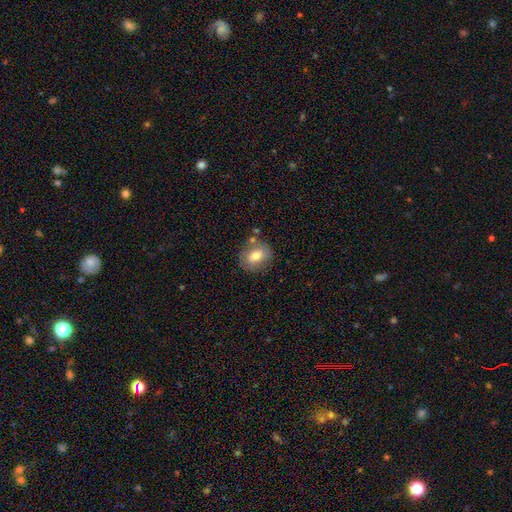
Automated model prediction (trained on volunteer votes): Morphology: type=smooth (72%); roundness=round (56%); merging=none (73%).